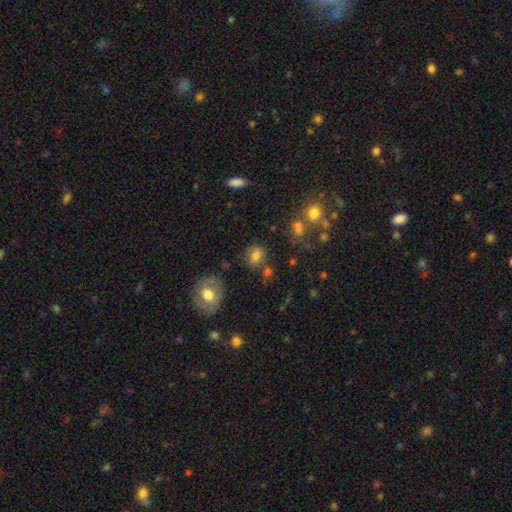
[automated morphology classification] Smooth or featured: smooth — 75% (star or artifact — 13%)
How rounded: round — 55% (in between — 43%)
Merging: none — 68% (minor disturbance — 18%)